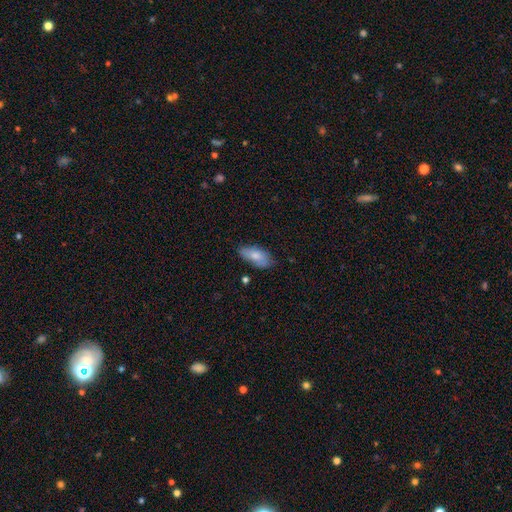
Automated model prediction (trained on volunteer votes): This appears to be a smooth galaxy with no disk features (78%) that is in between round and cigar-shaped (89%). Merging: none (66%).